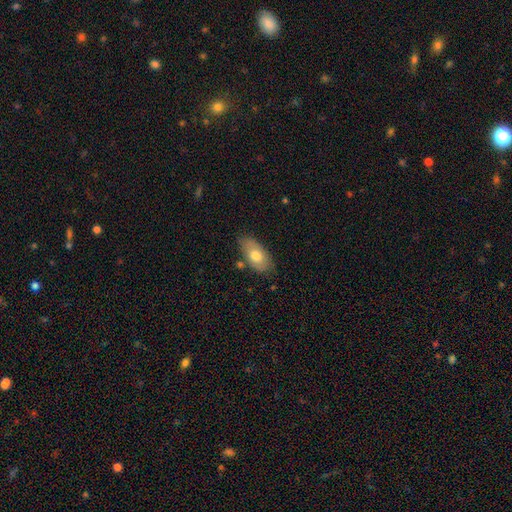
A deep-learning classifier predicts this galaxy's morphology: Smooth or featured? smooth (71%)
How rounded? in between (92%)
Merging? none (71%)